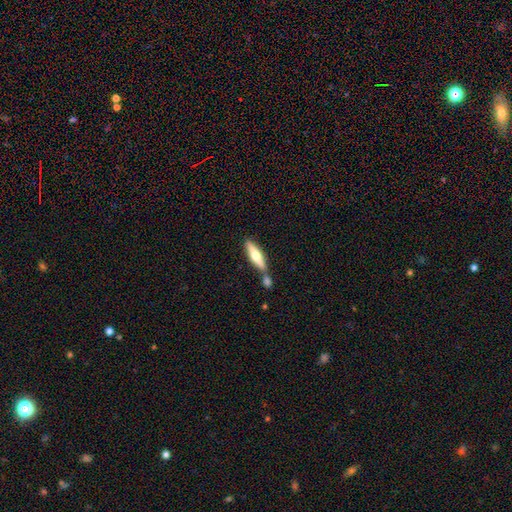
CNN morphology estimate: Q: Smooth or featured?
A: smooth (54%); runner-up: featured or disk (40%)
Q: How rounded?
A: cigar-shaped (69%); runner-up: in between (29%)
Q: Merging?
A: none (54%); runner-up: merger (29%)